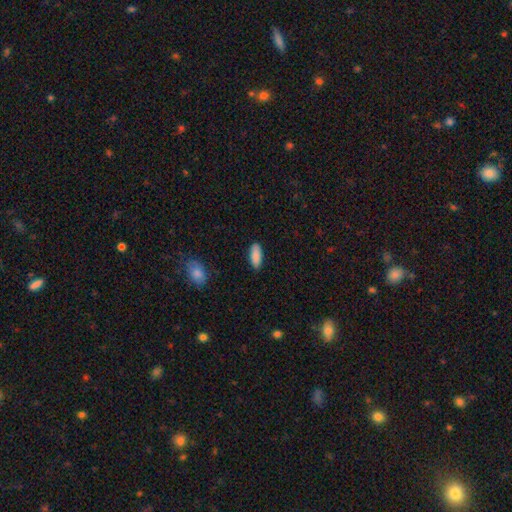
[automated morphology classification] smooth 89%, star or artifact 6%, featured or disk 5%. Down the decision tree: how rounded — in between (80%); merging — none (86%).